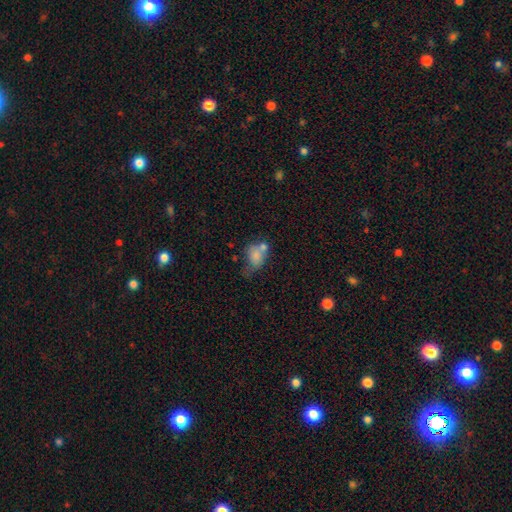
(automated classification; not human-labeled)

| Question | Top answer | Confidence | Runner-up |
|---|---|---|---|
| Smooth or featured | smooth | 71% | featured or disk (19%) |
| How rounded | in between | 69% | round (29%) |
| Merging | merger | 42% | none (23%) |